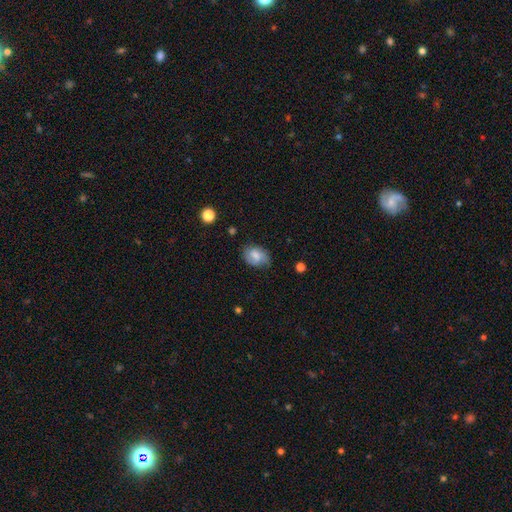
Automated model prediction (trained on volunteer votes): Q: Smooth or featured?
A: smooth (69%); runner-up: featured or disk (23%)
Q: How rounded?
A: in between (75%); runner-up: round (23%)
Q: Merging?
A: none (62%); runner-up: minor disturbance (29%)